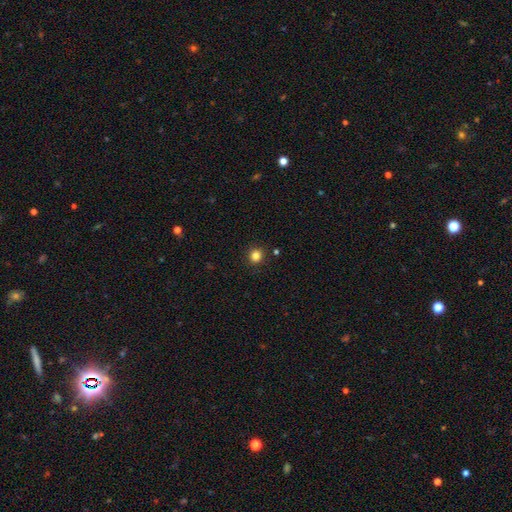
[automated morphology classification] The model was most divided on "smooth or featured": smooth: 83%, star or artifact: 13%, featured or disk: 4%. More confident: merging — none (90%); how rounded — round (90%).